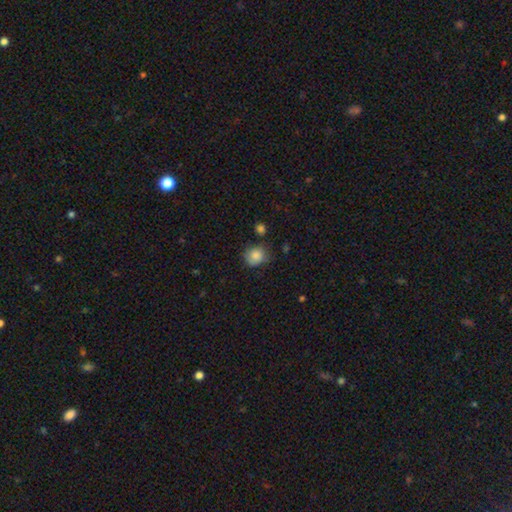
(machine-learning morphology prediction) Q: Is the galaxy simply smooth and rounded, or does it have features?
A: smooth — 84%.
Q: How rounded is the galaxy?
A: round — 72%.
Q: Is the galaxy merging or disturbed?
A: none — 67%.